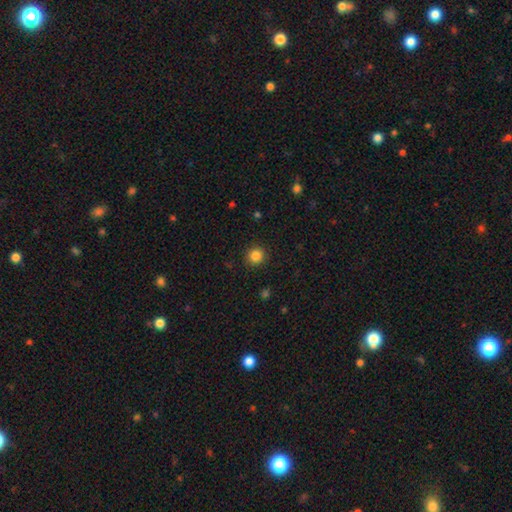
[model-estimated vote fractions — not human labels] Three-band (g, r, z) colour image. It shows a smooth galaxy with no disk features (85%) that is round (92%). Merging: none (91%).